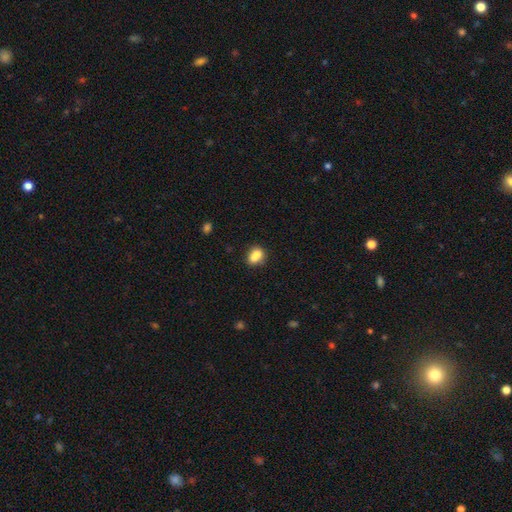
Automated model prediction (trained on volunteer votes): smooth_or_featured: smooth (p=0.77) [alt: featured or disk p=0.13]
how_rounded: in between (p=0.58) [alt: round p=0.40]
merging: merger (p=0.42) [alt: none p=0.41]